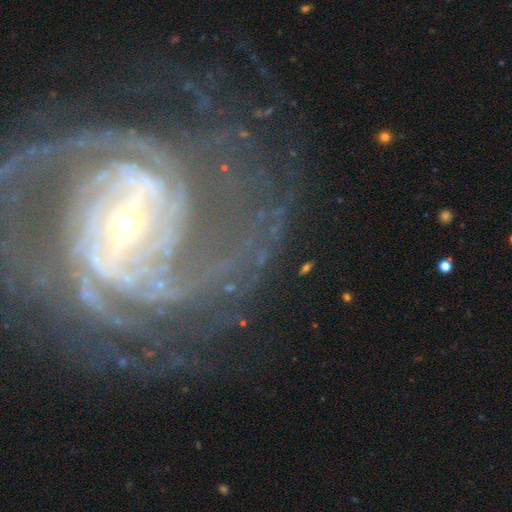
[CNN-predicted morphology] A featured or disk galaxy (89%) with a strong bar (46%), tight (59%) spiral arms (97%) and a small central bulge (72%).

Vote fractions:
- Smooth or featured? featured or disk: 89% / star or artifact: 7% / smooth: 4%
- Edge-on disk? no: 97% / yes: 3%
- Bar? strong: 46% / weak: 34% / no: 20%
- Spiral arms? yes: 97% / no: 3%
- Spiral winding? tight: 59% / medium: 31% / loose: 9%
- Spiral arm count? can't tell: 23% / 2: 20% / 4: 17% / 3: 16% / more than 4: 15% / 1: 9%
- Bulge size? small: 72% / moderate: 23% / large: 2% / none: 1% / dominant: 1%
- Merging? none: 61% / major disturbance: 21% / minor disturbance: 16% / merger: 3%